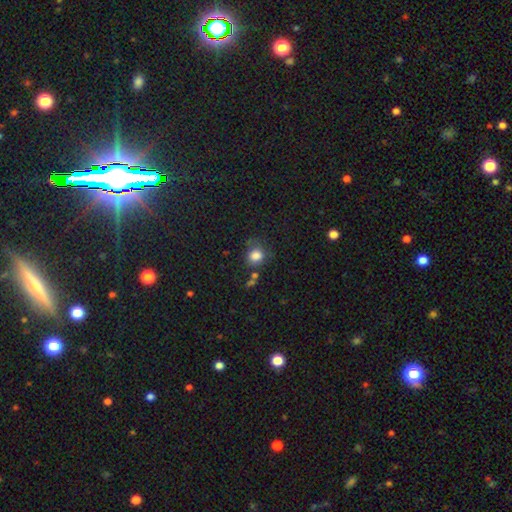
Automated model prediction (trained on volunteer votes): Smooth or featured? Predicted: smooth (p=0.82). How rounded? Predicted: round (p=0.75). Merging? Predicted: none (p=0.63).